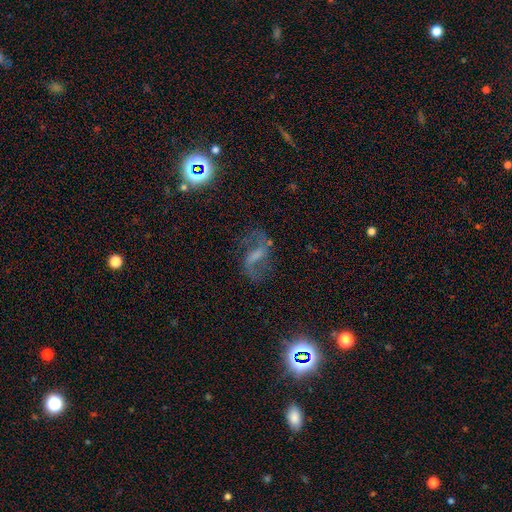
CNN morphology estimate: This is likely a featured or disk galaxy (70%). It is clearly not viewed edge-on (95%). Bar: marginally weak (43%). Spiral arm pattern: clearly yes (88%). Spiral arm count: clearly 2 (90%). Spiral winding: likely loose (65%). Central bulge: marginally none (42%). Merging: likely none (68%).